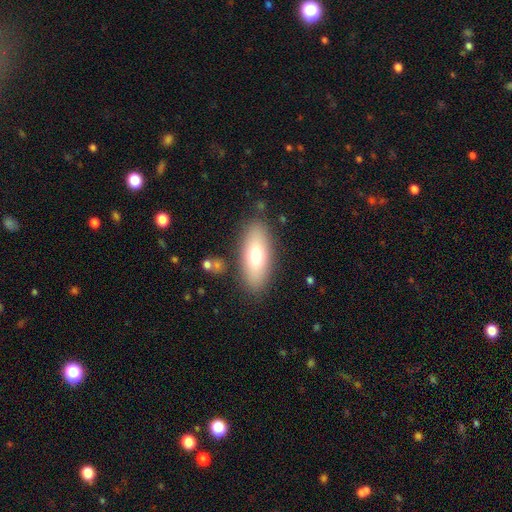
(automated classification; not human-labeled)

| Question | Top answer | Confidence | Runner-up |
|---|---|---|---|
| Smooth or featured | smooth | 71% | featured or disk (22%) |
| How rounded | in between | 79% | cigar-shaped (18%) |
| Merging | none | 85% | minor disturbance (10%) |